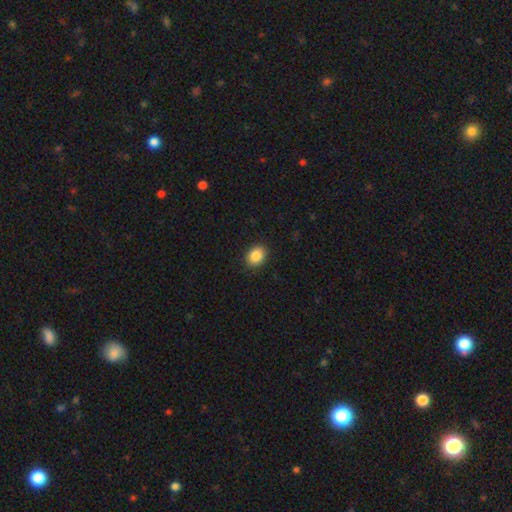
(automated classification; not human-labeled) The model was most divided on "how rounded": in between: 60%, round: 39%, cigar-shaped: 1%. More confident: merging — none (90%); smooth or featured — smooth (87%).